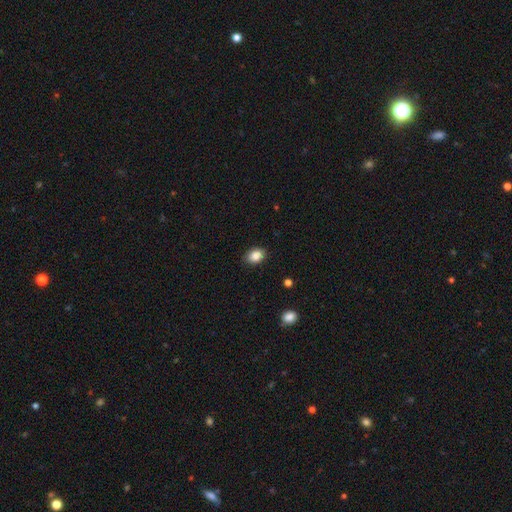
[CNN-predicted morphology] type=smooth (87%); roundness=in between (70%); merging=none (87%).